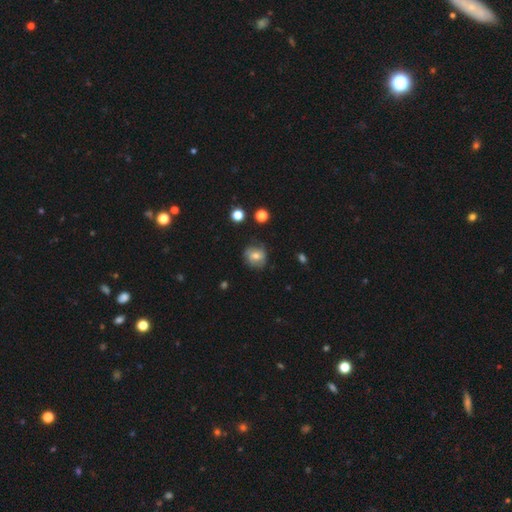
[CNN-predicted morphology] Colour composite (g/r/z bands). It shows a smooth galaxy with no disk features (61%) that is round (76%). Merging: none (71%).